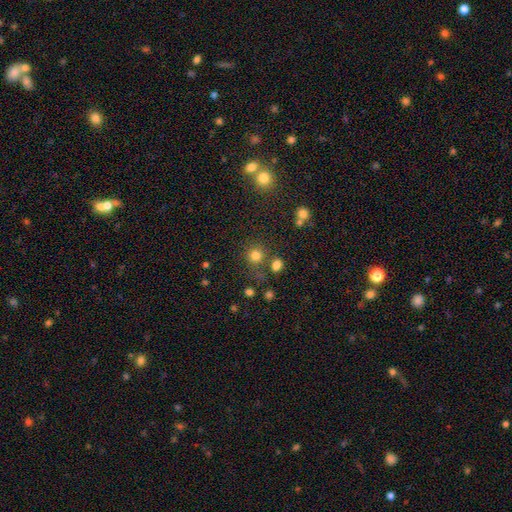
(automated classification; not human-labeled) This appears to be a smooth galaxy with no disk features (78%) that is round (91%). Merging: none (74%).